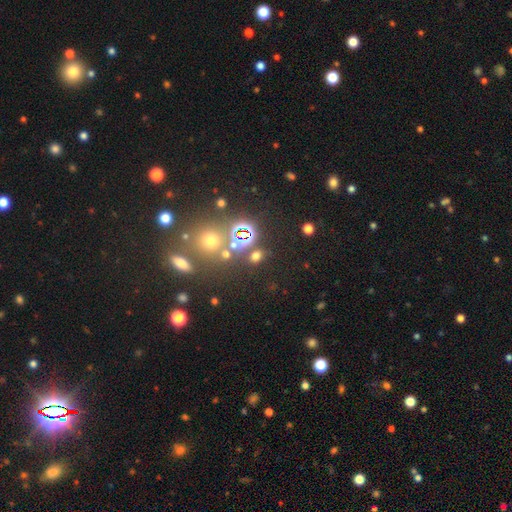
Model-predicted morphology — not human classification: Q: Smooth or featured?
A: smooth (53%); runner-up: star or artifact (39%)
Q: How rounded?
A: round (54%); runner-up: in between (43%)
Q: Merging?
A: none (76%); runner-up: minor disturbance (10%)